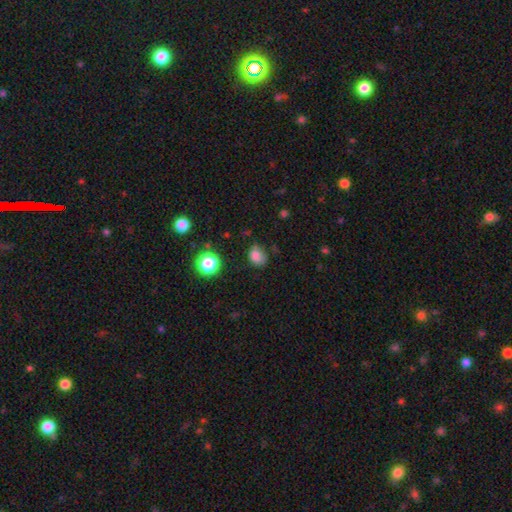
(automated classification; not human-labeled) Smooth or featured?
  - smooth: 79% *
  - star or artifact: 14%
  - featured or disk: 7%
How rounded?
  - round: 54% *
  - in between: 45%
  - cigar-shaped: 1%
Merging?
  - none: 57% *
  - minor disturbance: 29%
  - major disturbance: 9%
  - merger: 4%